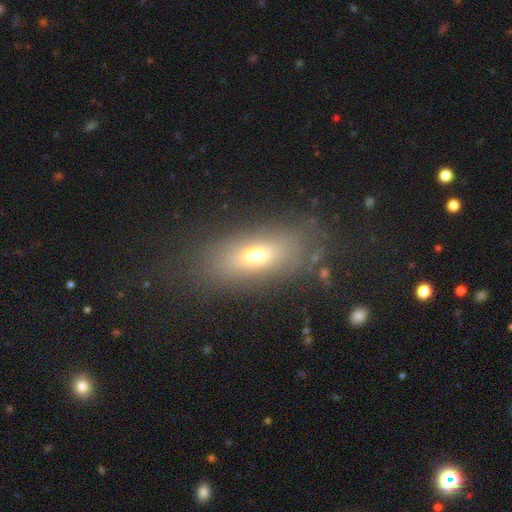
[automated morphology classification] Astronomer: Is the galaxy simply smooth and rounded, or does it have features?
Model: smooth — 62%.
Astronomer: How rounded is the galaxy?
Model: in between — 72%.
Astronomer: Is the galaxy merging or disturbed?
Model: none — 77%.